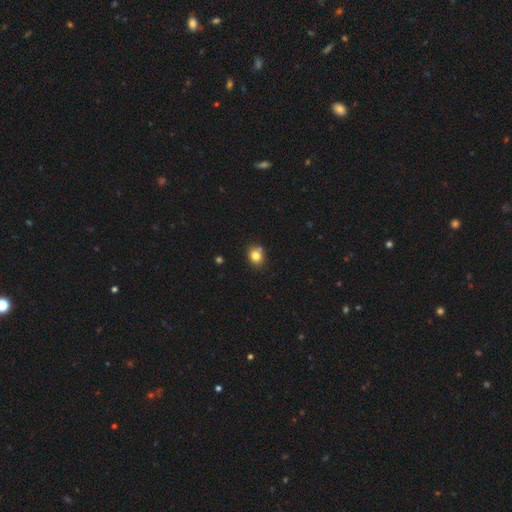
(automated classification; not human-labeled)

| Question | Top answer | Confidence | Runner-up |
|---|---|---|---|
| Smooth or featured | smooth | 81% | star or artifact (12%) |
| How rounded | round | 69% | in between (30%) |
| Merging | none | 75% | minor disturbance (13%) |